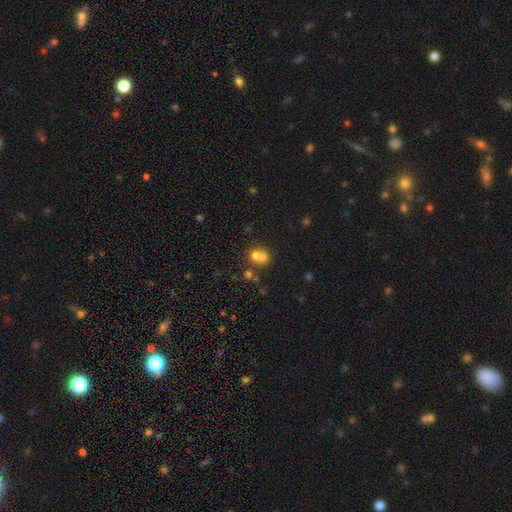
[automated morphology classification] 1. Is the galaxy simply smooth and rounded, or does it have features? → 66% smooth, 20% featured or disk, 14% star or artifact.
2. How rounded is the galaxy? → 66% round, 33% in between, 1% cigar-shaped.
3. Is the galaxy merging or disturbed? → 62% merger, 28% none, 7% minor disturbance, 4% major disturbance.